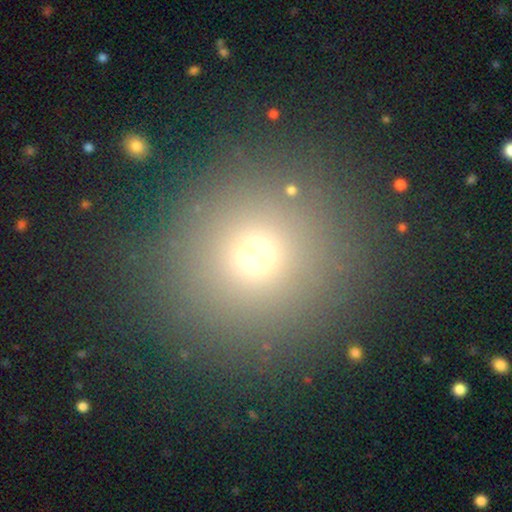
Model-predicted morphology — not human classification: Smooth or featured? smooth (68%)
How rounded? round (93%)
Merging? none (88%)